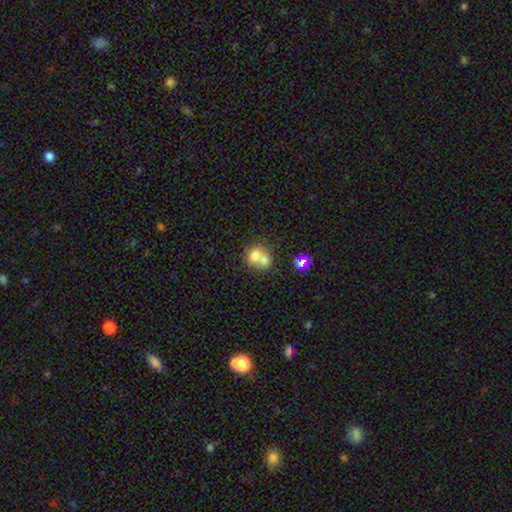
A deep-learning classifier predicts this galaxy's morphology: This is likely a smooth galaxy (71%). How rounded: likely round (68%). Merging: likely merger (64%).